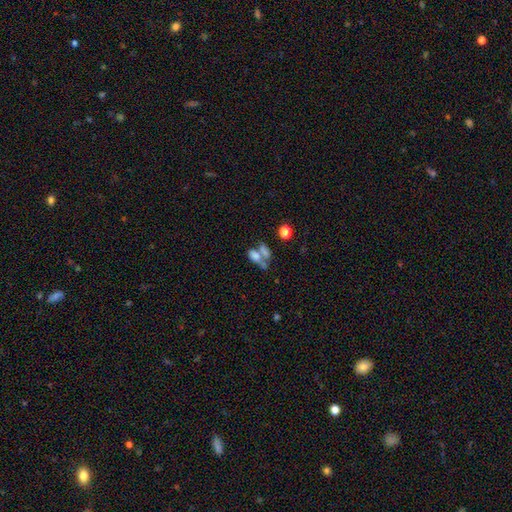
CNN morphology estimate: type=smooth (67%); roundness=in between (81%); merging=merger (53%).